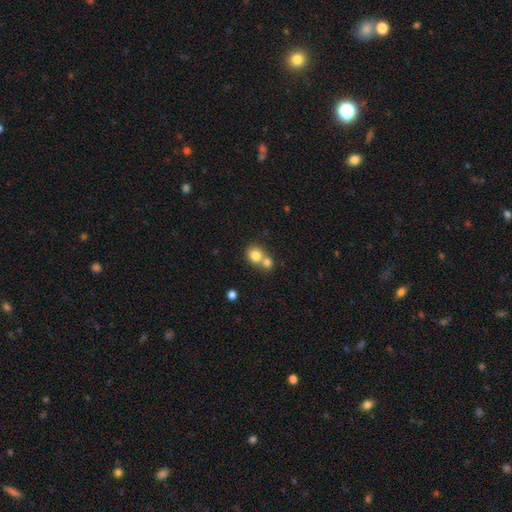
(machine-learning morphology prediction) smooth_or_featured: smooth (p=0.79) [alt: featured or disk p=0.11]
how_rounded: round (p=0.78) [alt: in between p=0.21]
merging: merger (p=0.58) [alt: none p=0.34]